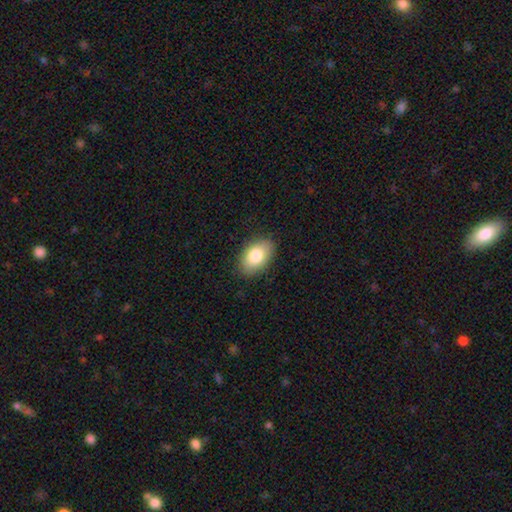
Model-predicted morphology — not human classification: smooth 82%, featured or disk 11%, star or artifact 7%. Down the decision tree: how rounded — in between (91%); merging — none (86%).